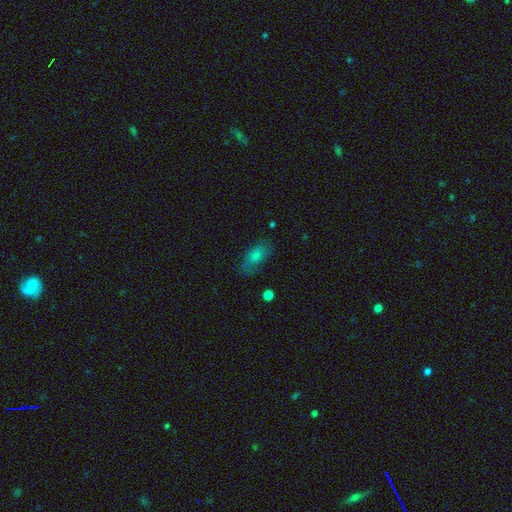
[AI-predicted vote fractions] This appears to be a smooth galaxy with no disk features (63%) that is in between round and cigar-shaped (78%). Merging: none (76%).